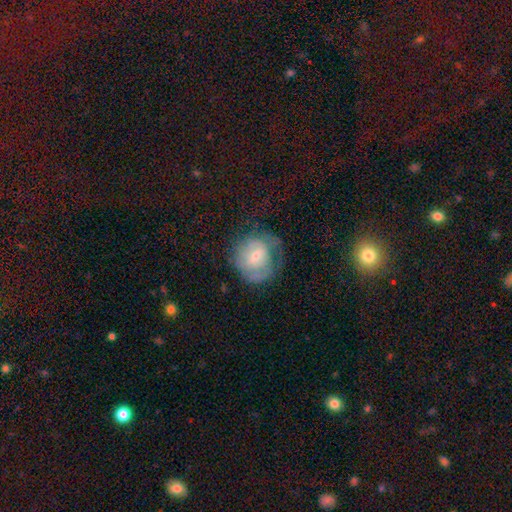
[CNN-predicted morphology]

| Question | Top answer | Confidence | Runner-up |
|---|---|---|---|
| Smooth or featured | featured or disk | 54% | smooth (38%) |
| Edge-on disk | no | 97% | yes (3%) |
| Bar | no | 61% | weak (32%) |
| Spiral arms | yes | 64% | no (36%) |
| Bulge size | small | 58% | moderate (36%) |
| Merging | none | 50% | minor disturbance (25%) |